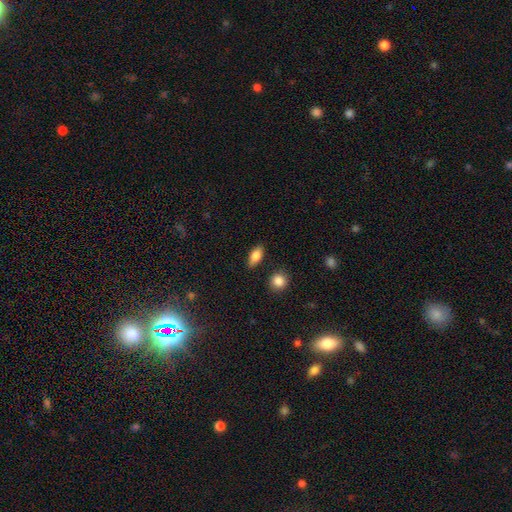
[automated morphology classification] smooth 79%, featured or disk 14%, star or artifact 7%. Down the decision tree: how rounded — in between (83%); merging — none (85%).